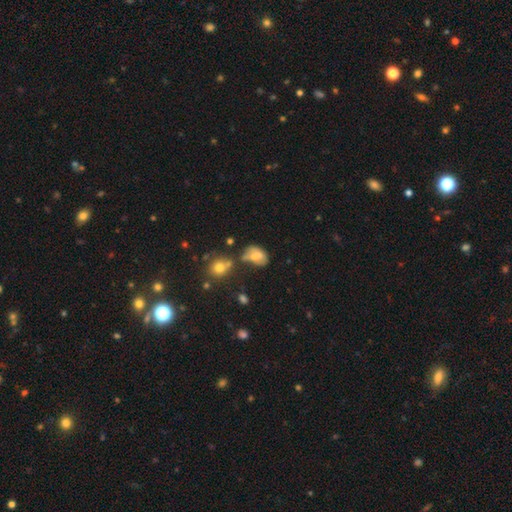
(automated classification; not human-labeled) Smooth or featured? smooth (62%)
How rounded? in between (77%)
Merging? none (33%)